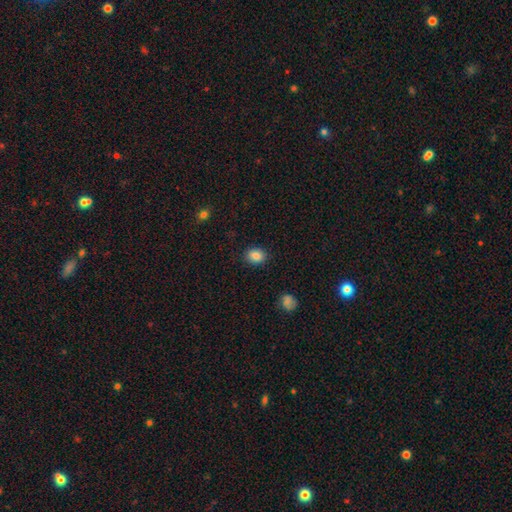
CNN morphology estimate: Smooth or featured: smooth — 86% (star or artifact — 9%)
How rounded: round — 51% (in between — 48%)
Merging: none — 88% (minor disturbance — 9%)